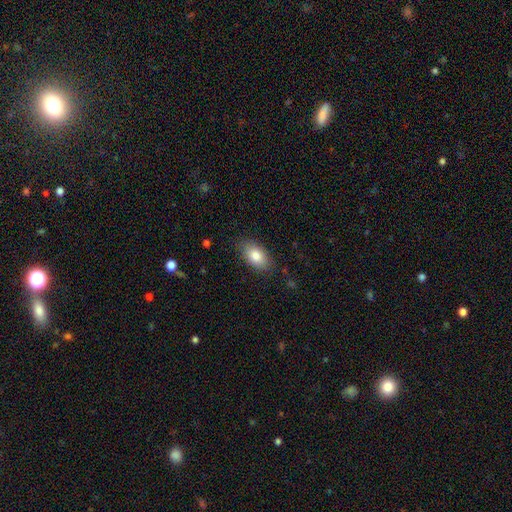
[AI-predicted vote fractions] Smooth or featured? Predicted: smooth (p=0.83). How rounded? Predicted: in between (p=0.92). Merging? Predicted: none (p=0.84).